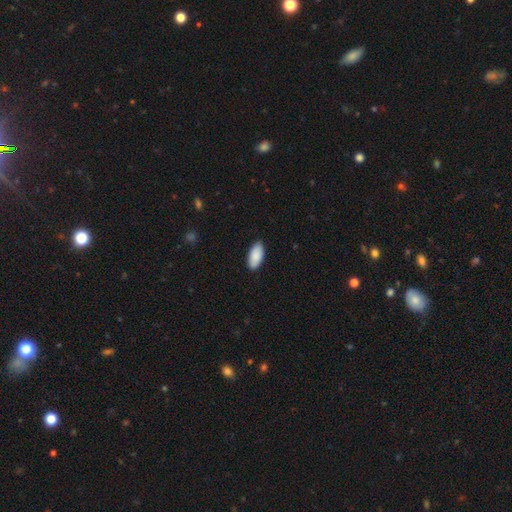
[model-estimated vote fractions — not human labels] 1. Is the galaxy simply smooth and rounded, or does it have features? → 90% smooth, 6% star or artifact, 5% featured or disk.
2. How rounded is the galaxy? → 94% in between, 5% cigar-shaped, 2% round.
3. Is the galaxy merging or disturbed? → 88% none, 10% minor disturbance, 2% major disturbance, 1% merger.